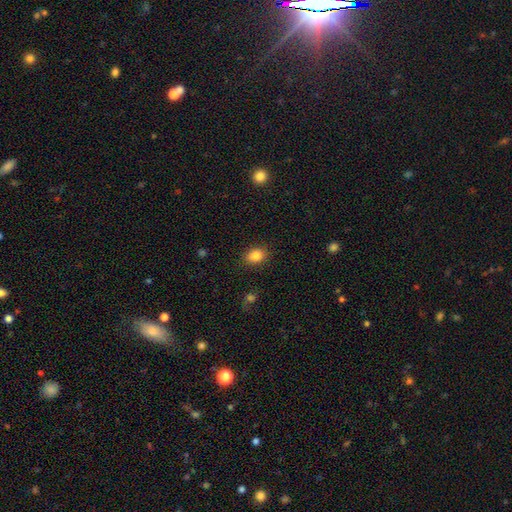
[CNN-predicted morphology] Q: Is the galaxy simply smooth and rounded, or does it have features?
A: smooth — 85%.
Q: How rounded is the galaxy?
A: in between — 62%.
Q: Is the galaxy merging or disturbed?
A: none — 85%.